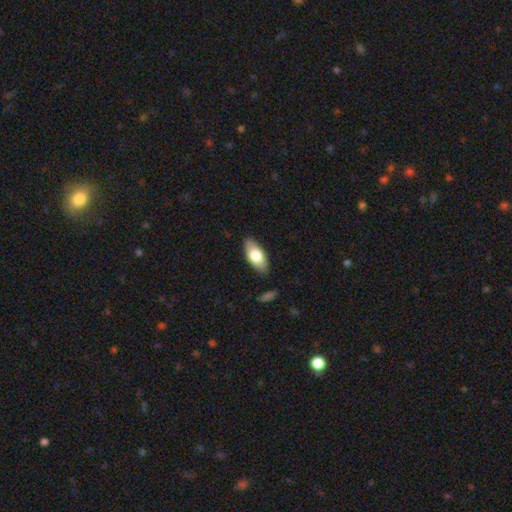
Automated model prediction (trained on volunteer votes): The model was most divided on "smooth or featured": smooth: 73%, featured or disk: 21%, star or artifact: 6%. More confident: how rounded — in between (87%); merging — none (85%).